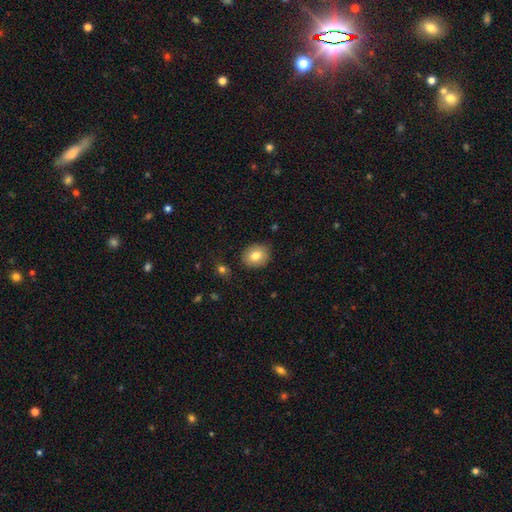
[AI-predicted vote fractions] Smooth or featured? Predicted: smooth (p=0.78). How rounded? Predicted: round (p=0.66). Merging? Predicted: none (p=0.87).